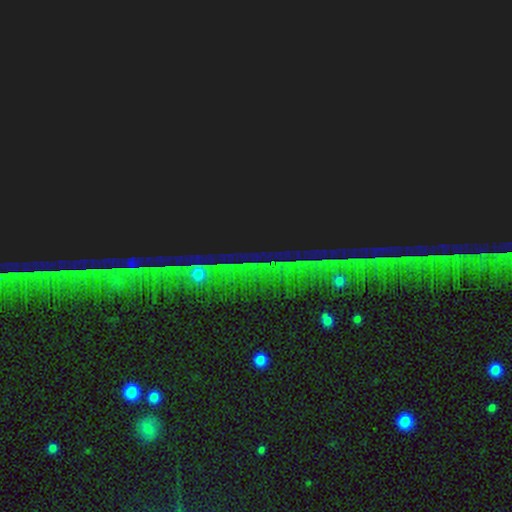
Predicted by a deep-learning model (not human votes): This is clearly a star or artifact rather than a galaxy (85%).